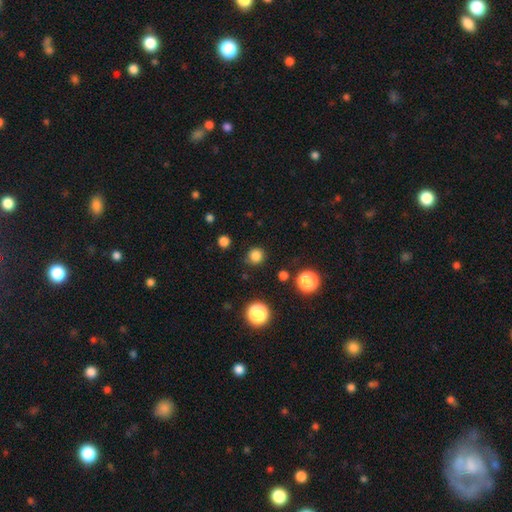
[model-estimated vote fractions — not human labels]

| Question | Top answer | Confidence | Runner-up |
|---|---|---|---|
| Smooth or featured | smooth | 82% | star or artifact (15%) |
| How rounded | round | 91% | in between (8%) |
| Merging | none | 87% | minor disturbance (8%) |